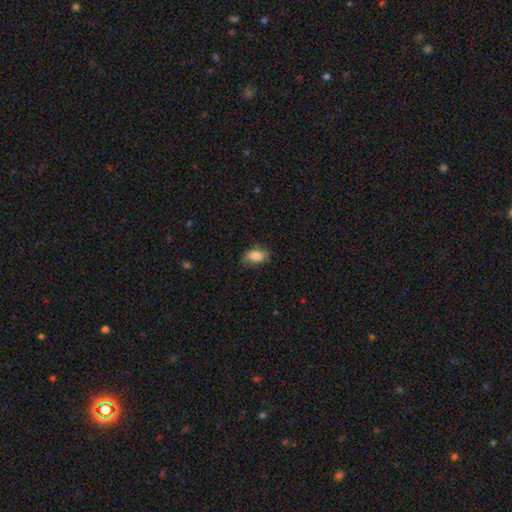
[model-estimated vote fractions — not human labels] This appears to be a smooth galaxy with no disk features (78%) that is in between round and cigar-shaped (88%). Merging: none (67%).